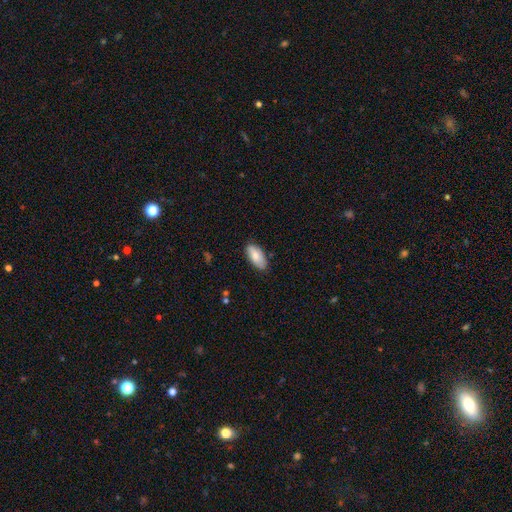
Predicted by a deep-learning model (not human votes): smooth 77%, featured or disk 17%, star or artifact 6%. Down the decision tree: how rounded — in between (92%); merging — none (83%).